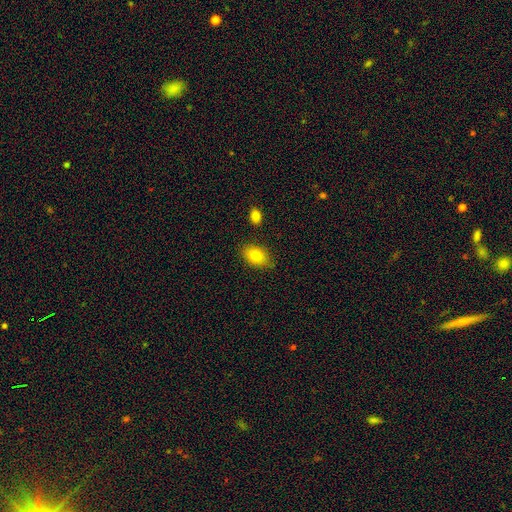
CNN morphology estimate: type=smooth (80%); roundness=in between (85%); merging=none (81%).